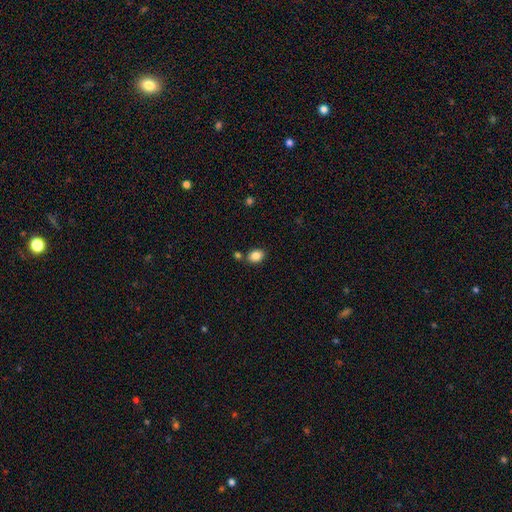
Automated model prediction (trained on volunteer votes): Morphology: type=smooth (86%); roundness=in between (66%); merging=none (78%).